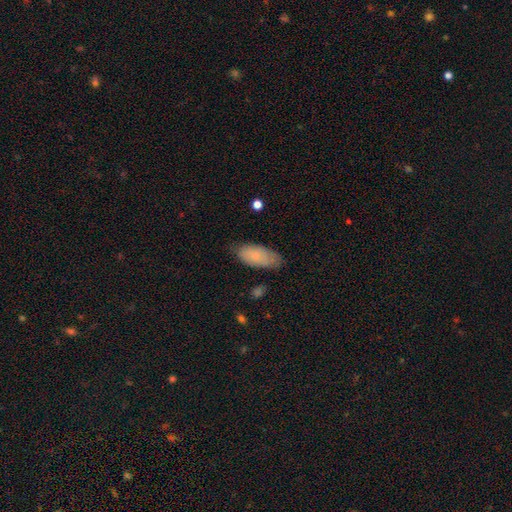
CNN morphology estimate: Q: Smooth or featured?
A: smooth (74%); runner-up: featured or disk (20%)
Q: How rounded?
A: in between (90%); runner-up: cigar-shaped (7%)
Q: Merging?
A: none (69%); runner-up: minor disturbance (25%)